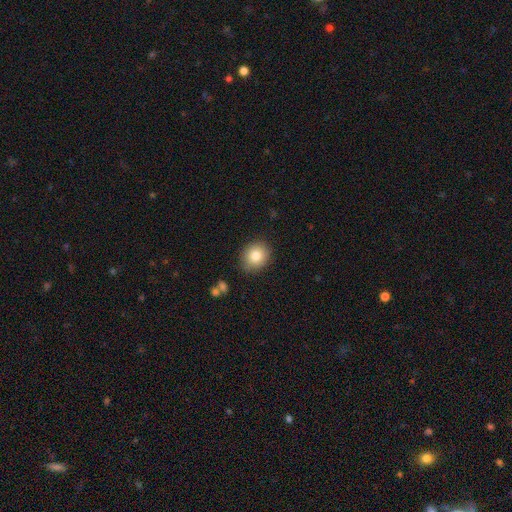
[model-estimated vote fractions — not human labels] Smooth or featured: smooth — 83% (star or artifact — 9%)
How rounded: round — 72% (in between — 27%)
Merging: none — 85% (minor disturbance — 10%)